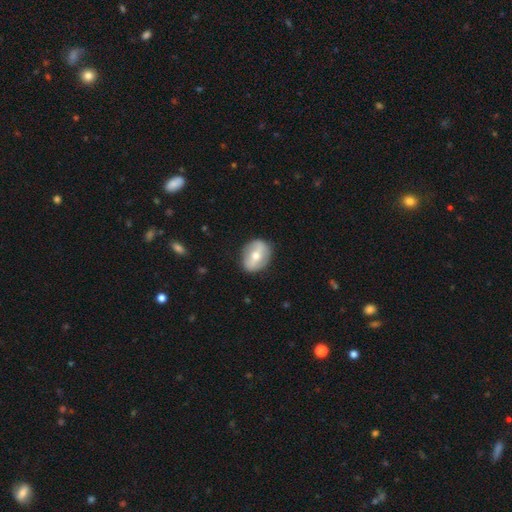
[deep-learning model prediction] The model was most divided on "smooth or featured": featured or disk: 52%, smooth: 42%, star or artifact: 6%. More confident: edge-on disk — no (90%); merging — none (84%).